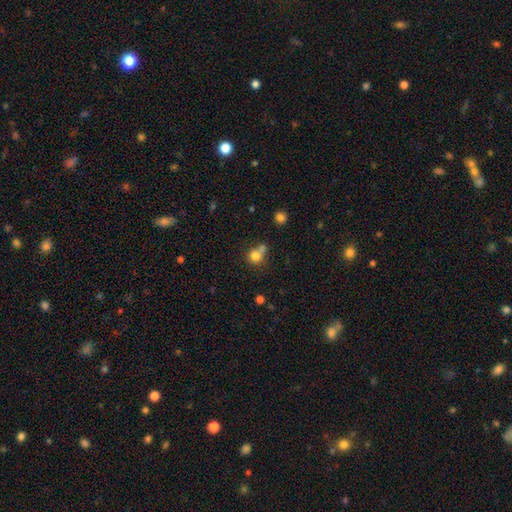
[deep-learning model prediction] Smooth or featured: smooth — 78% (star or artifact — 13%)
How rounded: round — 82% (in between — 17%)
Merging: none — 45% (merger — 36%)